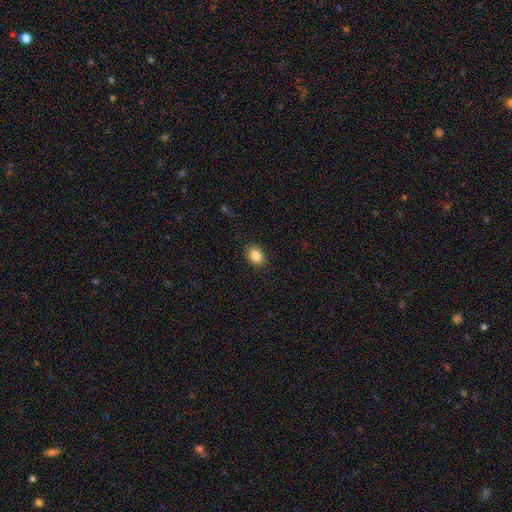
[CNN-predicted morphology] Smooth or featured? smooth (86%)
How rounded? in between (70%)
Merging? none (90%)